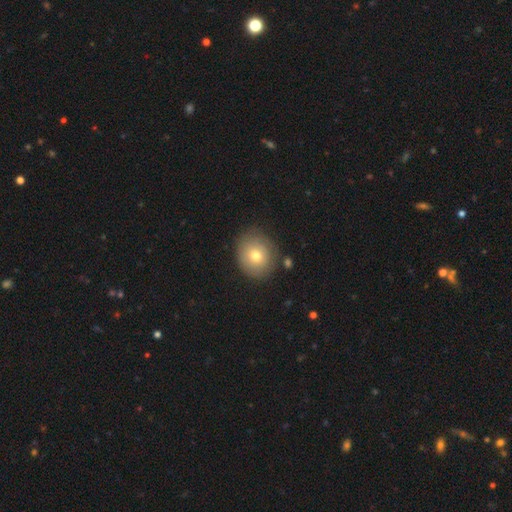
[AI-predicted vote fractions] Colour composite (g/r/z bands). It shows a smooth galaxy with no disk features (73%) that is round (65%). Merging: none (80%).